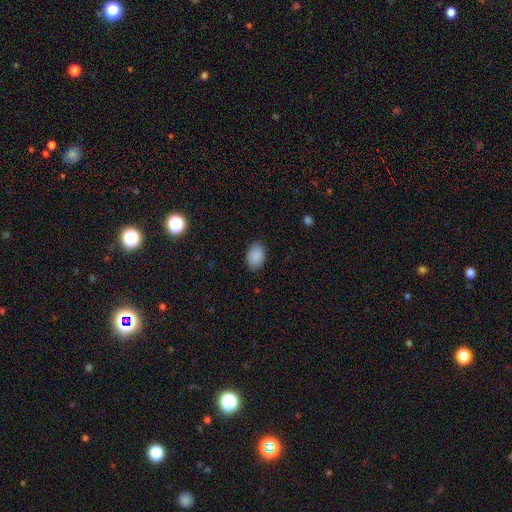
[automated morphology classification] Smooth or featured? Predicted: smooth (p=0.89). How rounded? Predicted: in between (p=0.82). Merging? Predicted: none (p=0.85).